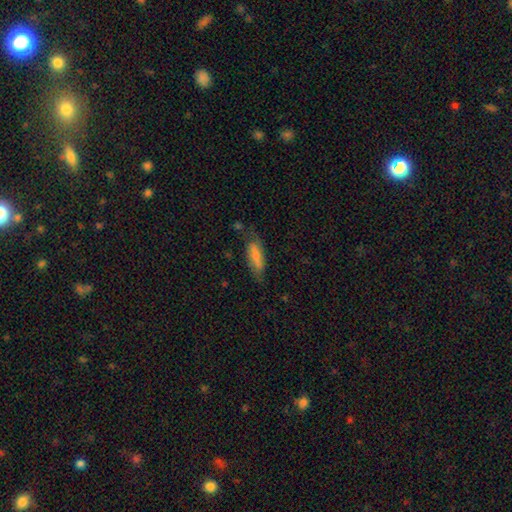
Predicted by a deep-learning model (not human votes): Smooth or featured: smooth — 68% (featured or disk — 25%)
How rounded: in between — 55% (cigar-shaped — 43%)
Merging: none — 57% (minor disturbance — 28%)